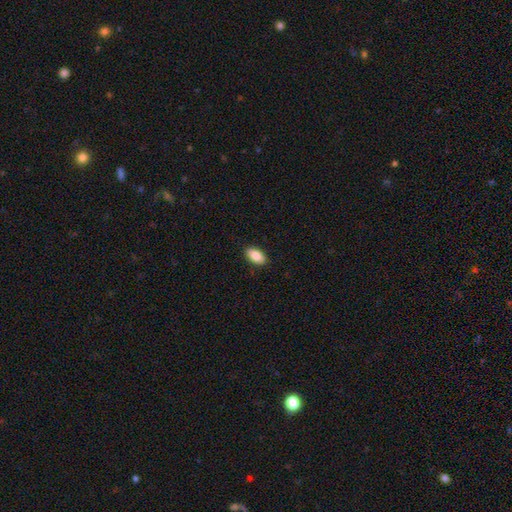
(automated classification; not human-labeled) Smooth or featured: smooth — 88% (star or artifact — 7%)
How rounded: in between — 93% (cigar-shaped — 4%)
Merging: none — 89% (minor disturbance — 8%)